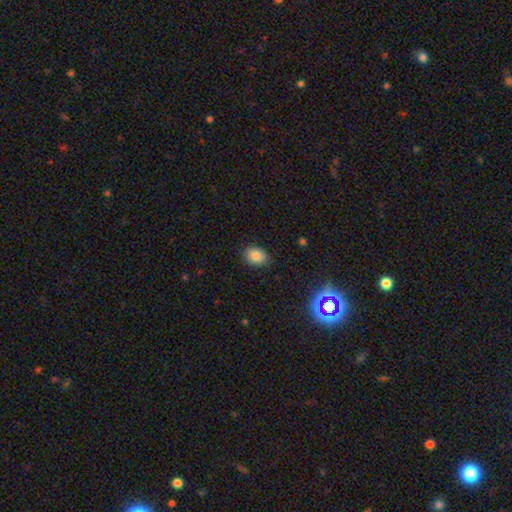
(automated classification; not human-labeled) A smooth galaxy with no disk features (83%) that is in between round and cigar-shaped (65%). Merging: none (85%).